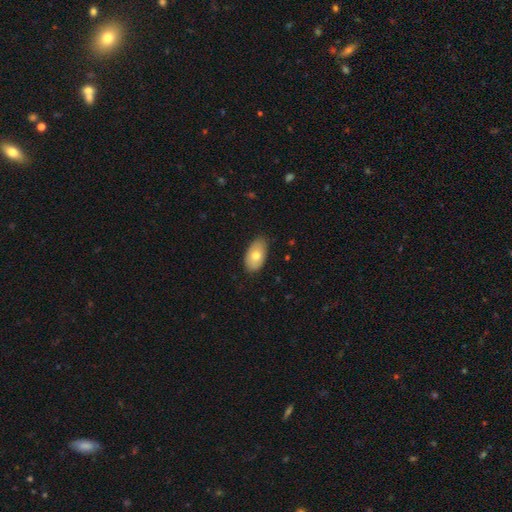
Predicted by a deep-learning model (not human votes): smooth-or-featured: smooth: 73% | featured or disk: 20% | star or artifact: 7%
  how-rounded: in between: 93% | round: 5% | cigar-shaped: 2%
  merging: none: 79% | minor disturbance: 17% | major disturbance: 3% | merger: 1%